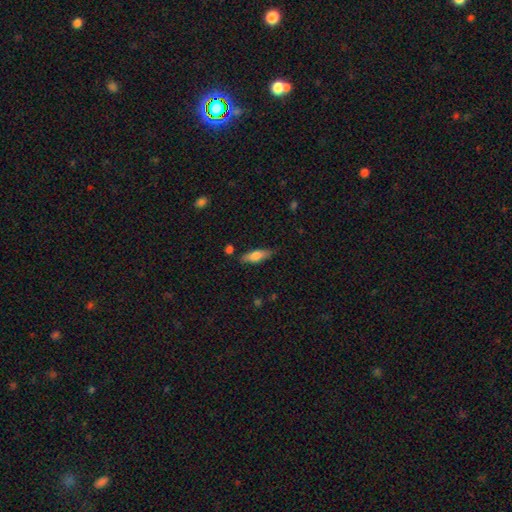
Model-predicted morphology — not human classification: smooth 68%, featured or disk 26%, star or artifact 6%. Down the decision tree: how rounded — in between (51%); merging — none (82%).